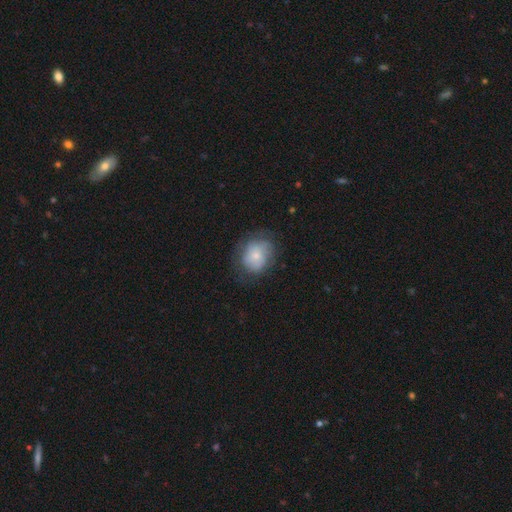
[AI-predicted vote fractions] Smooth or featured: smooth — 67% (featured or disk — 24%)
How rounded: round — 63% (in between — 36%)
Merging: none — 63% (minor disturbance — 24%)